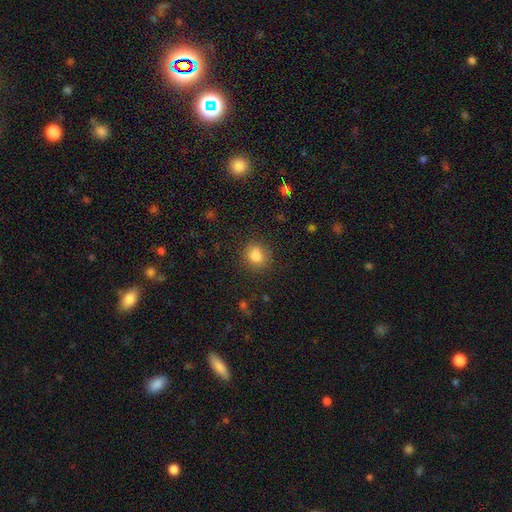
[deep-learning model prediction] Q: Smooth or featured?
A: smooth (83%); runner-up: star or artifact (11%)
Q: How rounded?
A: round (74%); runner-up: in between (25%)
Q: Merging?
A: none (81%); runner-up: minor disturbance (13%)